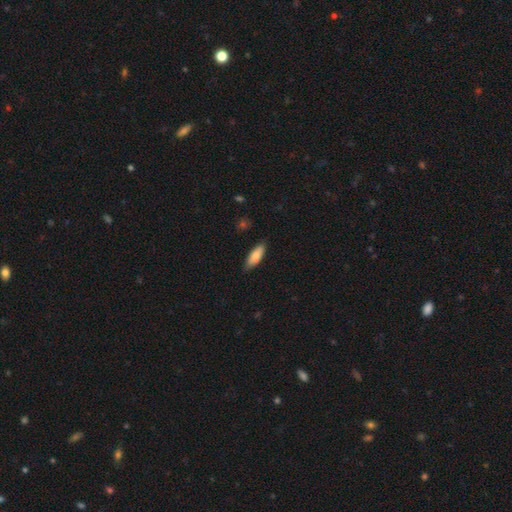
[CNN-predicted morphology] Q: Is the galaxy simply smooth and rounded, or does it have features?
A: smooth — 82%.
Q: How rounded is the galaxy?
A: in between — 65%.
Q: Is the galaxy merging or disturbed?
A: none — 83%.